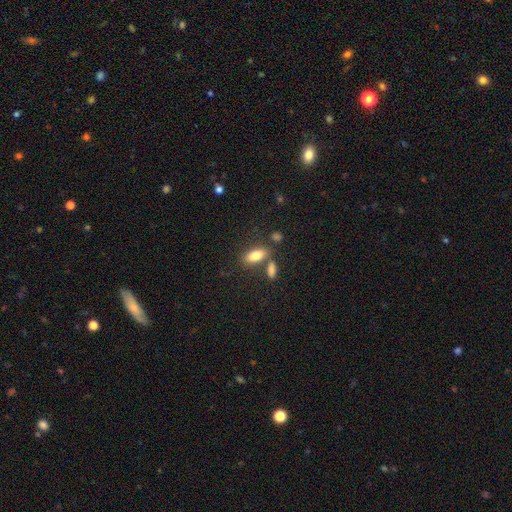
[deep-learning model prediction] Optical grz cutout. It shows a smooth galaxy with no disk features (79%) that is in between round and cigar-shaped (80%). Merging: none (68%).